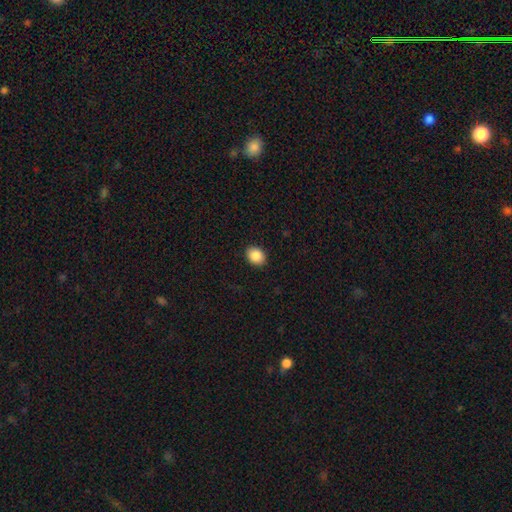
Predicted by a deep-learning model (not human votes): This is clearly a smooth galaxy (88%). How rounded: possibly in between (54%). Merging: clearly none (90%).